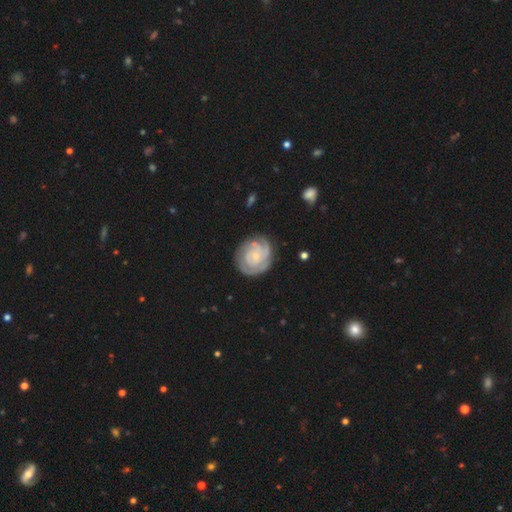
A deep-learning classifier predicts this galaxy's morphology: A featured or disk galaxy (80%) with no bar (76%), 2 (31%) tight (75%) spiral arms (93%) and a small central bulge (76%). Merging: none (74%).